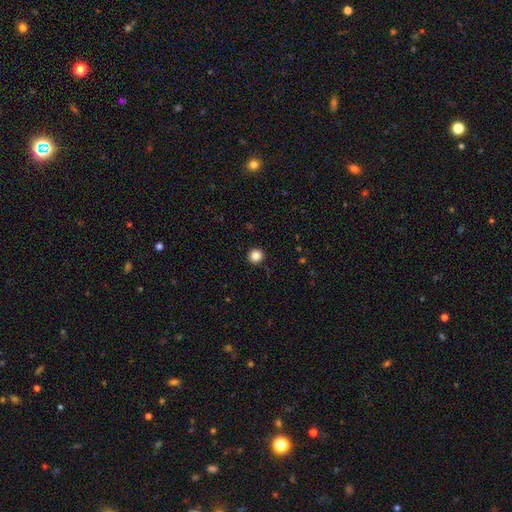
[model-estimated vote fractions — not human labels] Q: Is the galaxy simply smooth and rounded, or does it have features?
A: smooth — 87%.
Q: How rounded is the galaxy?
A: round — 94%.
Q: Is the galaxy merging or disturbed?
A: none — 92%.